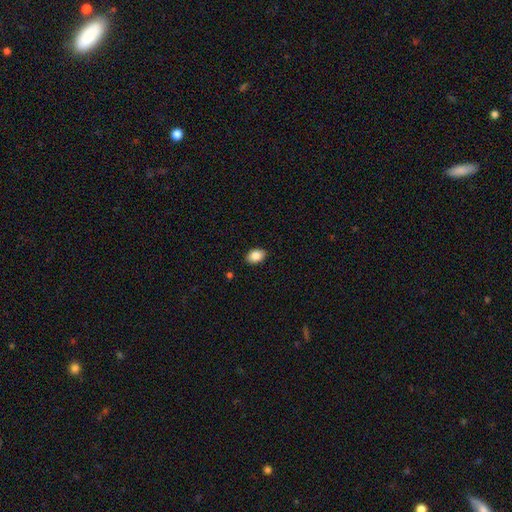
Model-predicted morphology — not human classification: The model was most divided on "how rounded": in between: 83%, round: 15%, cigar-shaped: 1%. More confident: merging — none (89%); smooth or featured — smooth (87%).